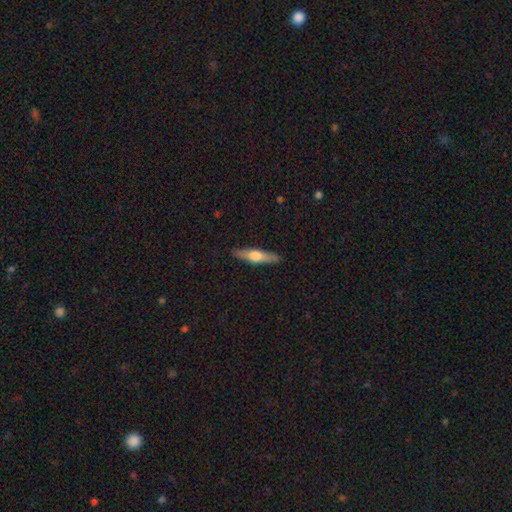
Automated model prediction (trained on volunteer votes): This is possibly a featured or disk galaxy (50%). Merging: clearly none (90%).